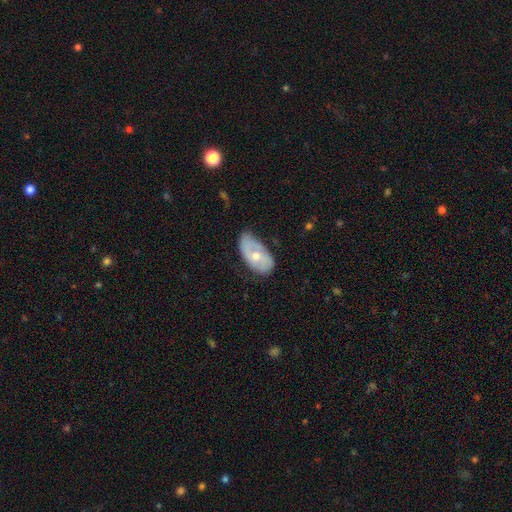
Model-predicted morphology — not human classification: featured or disk 49%, smooth 45%, star or artifact 6%. Down the decision tree: merging — none (47%).